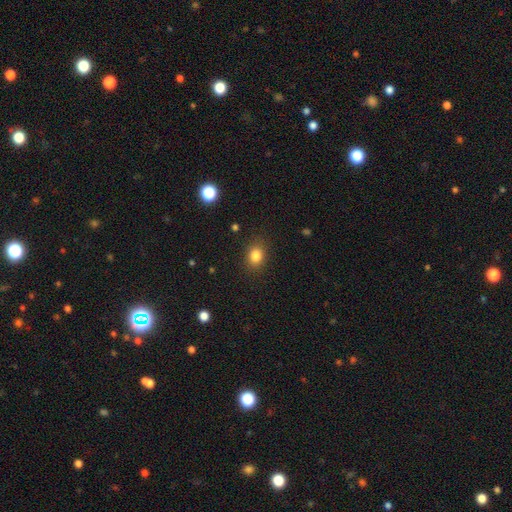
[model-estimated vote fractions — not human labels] Smooth or featured: smooth — 83% (star or artifact — 11%)
How rounded: in between — 51% (round — 48%)
Merging: none — 86% (minor disturbance — 10%)